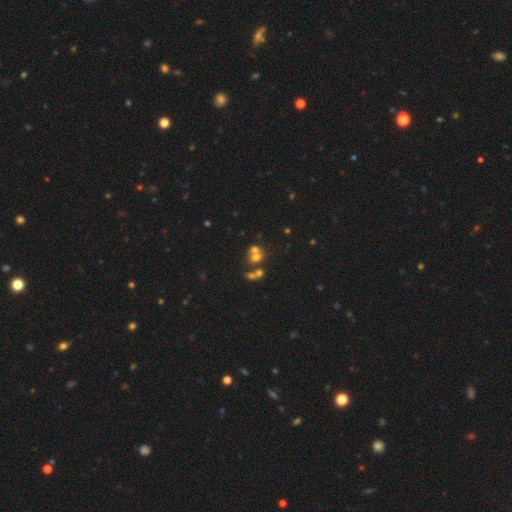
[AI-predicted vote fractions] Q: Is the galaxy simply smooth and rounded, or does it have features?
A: smooth — 48%.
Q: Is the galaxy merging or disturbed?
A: merger — 46%.